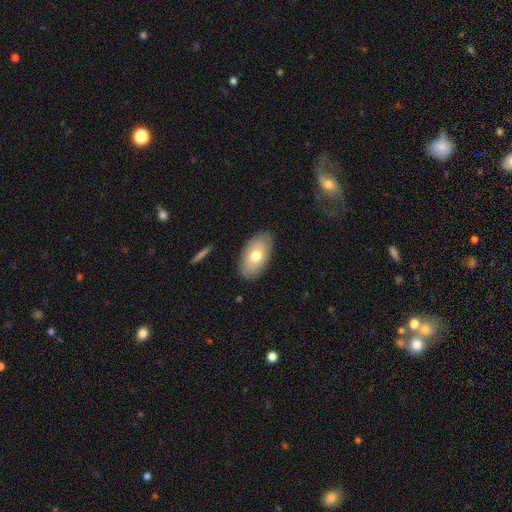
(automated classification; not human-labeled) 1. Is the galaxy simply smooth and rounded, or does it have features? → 69% smooth, 24% featured or disk, 6% star or artifact.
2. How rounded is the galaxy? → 93% in between, 5% round, 2% cigar-shaped.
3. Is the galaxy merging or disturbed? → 86% none, 11% minor disturbance, 3% major disturbance, 1% merger.